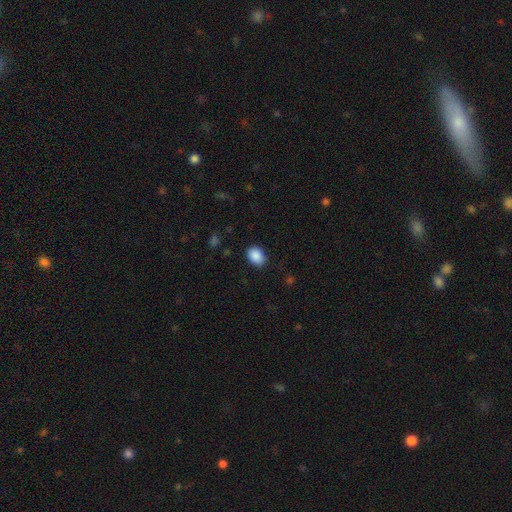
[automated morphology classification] Smooth or featured? Predicted: smooth (p=0.89). How rounded? Predicted: in between (p=0.65). Merging? Predicted: none (p=0.84).